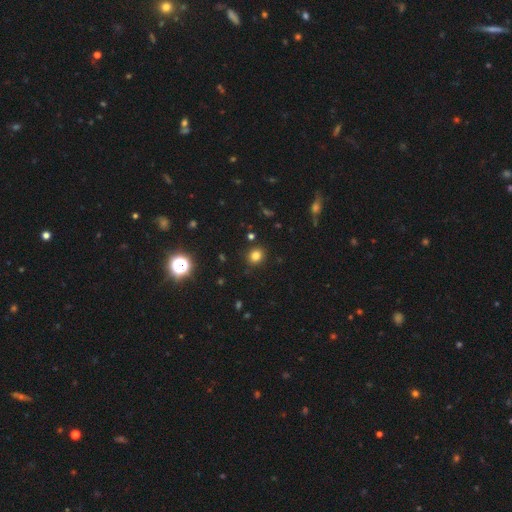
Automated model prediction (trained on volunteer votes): Smooth or featured? Predicted: smooth (p=0.79). How rounded? Predicted: round (p=0.77). Merging? Predicted: none (p=0.88).